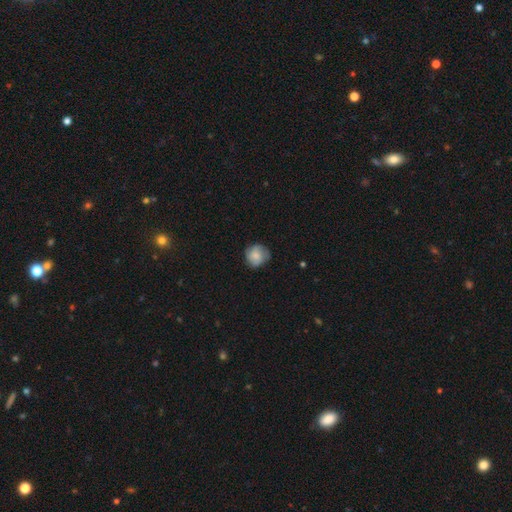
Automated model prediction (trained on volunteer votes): smooth 71%, featured or disk 21%, star or artifact 7%. Down the decision tree: how rounded — round (86%); merging — none (72%).